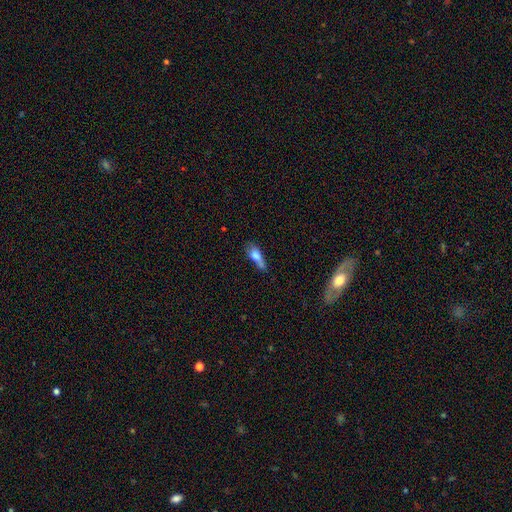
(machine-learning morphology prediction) smooth 71%, featured or disk 20%, star or artifact 9%. Down the decision tree: how rounded — in between (61%); merging — none (30%, tied with minor disturbance).